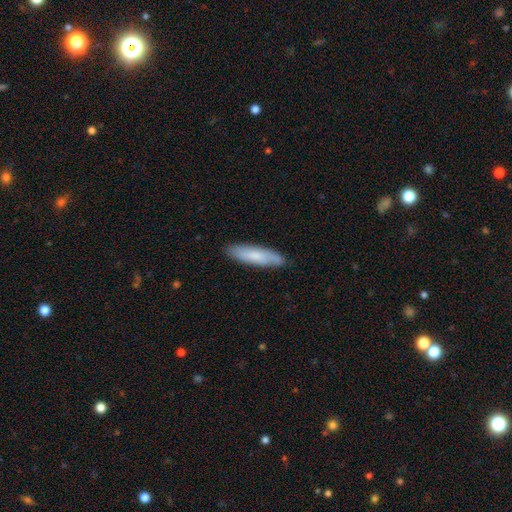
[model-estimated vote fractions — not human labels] smooth_or_featured: smooth (p=0.73) [alt: featured or disk p=0.22]
how_rounded: cigar-shaped (p=0.72) [alt: in between p=0.27]
merging: none (p=0.85) [alt: minor disturbance p=0.12]